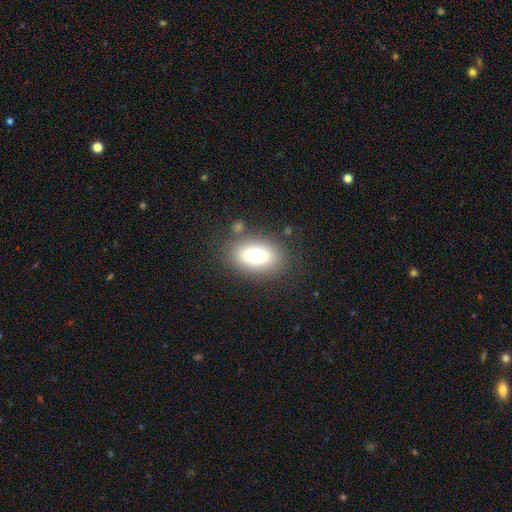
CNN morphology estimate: smooth_or_featured: smooth (p=0.75) [alt: featured or disk p=0.16]
how_rounded: in between (p=0.86) [alt: round p=0.11]
merging: none (p=0.79) [alt: minor disturbance p=0.12]